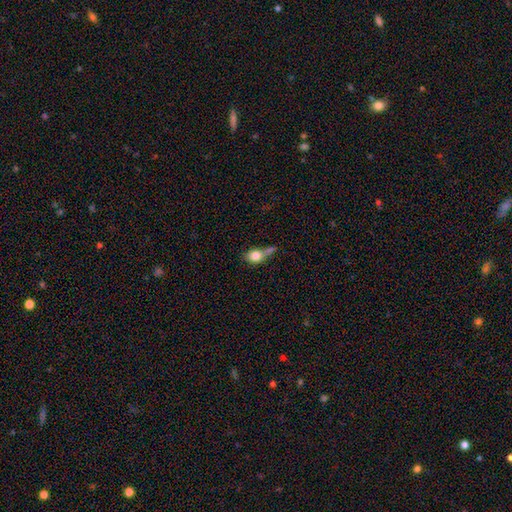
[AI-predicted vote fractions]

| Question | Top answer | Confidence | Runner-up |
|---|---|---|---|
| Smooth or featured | smooth | 76% | featured or disk (15%) |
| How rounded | round | 51% | in between (44%) |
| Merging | merger | 31% | none (30%) |